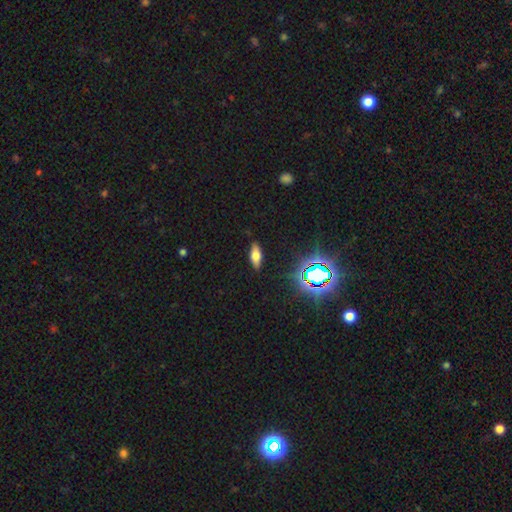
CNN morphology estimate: This appears to be a smooth galaxy with no disk features (60%) that is in between round and cigar-shaped (74%). Merging: none (87%).